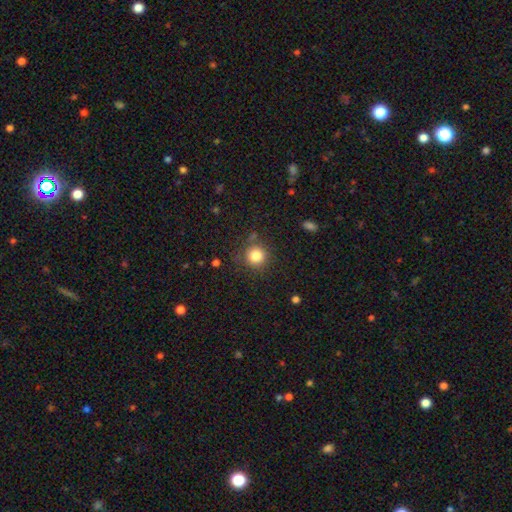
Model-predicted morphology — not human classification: Smooth or featured?
  - smooth: 82% *
  - star or artifact: 12%
  - featured or disk: 6%
How rounded?
  - round: 92% *
  - in between: 7%
  - cigar-shaped: 1%
Merging?
  - none: 82% *
  - minor disturbance: 11%
  - major disturbance: 4%
  - merger: 3%